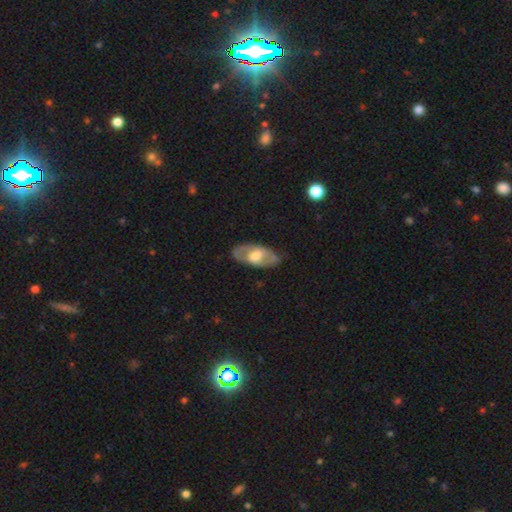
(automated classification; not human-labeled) Smooth or featured?
  - featured or disk: 55% *
  - smooth: 40%
  - star or artifact: 5%
Edge-on disk?
  - no: 82% *
  - yes: 18%
Merging?
  - none: 78% *
  - minor disturbance: 16%
  - major disturbance: 5%
  - merger: 1%